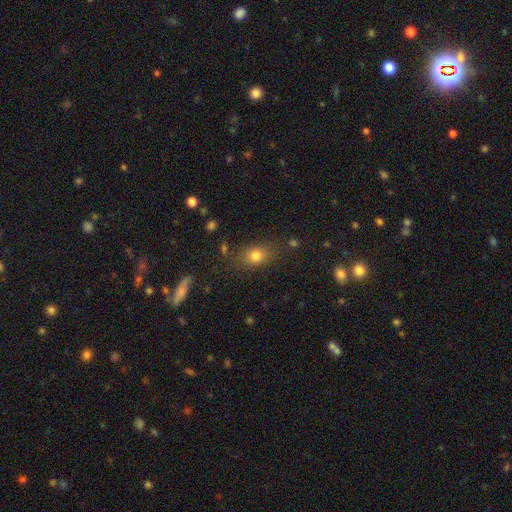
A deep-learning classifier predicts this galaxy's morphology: A smooth galaxy with no disk features (78%) that is in between round and cigar-shaped (63%).

Vote fractions:
- Smooth or featured? smooth: 78% / star or artifact: 13% / featured or disk: 9%
- How rounded? in between: 63% / round: 35% / cigar-shaped: 3%
- Merging? none: 78% / minor disturbance: 14% / major disturbance: 5% / merger: 3%